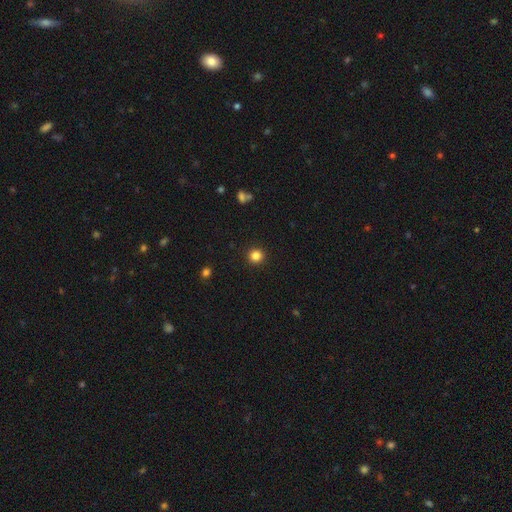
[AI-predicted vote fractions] A smooth galaxy with no disk features (84%) that is round (93%).

Vote fractions:
- Smooth or featured? smooth: 84% / star or artifact: 12% / featured or disk: 4%
- How rounded? round: 93% / in between: 6% / cigar-shaped: 1%
- Merging? none: 93% / minor disturbance: 5% / major disturbance: 2% / merger: 1%